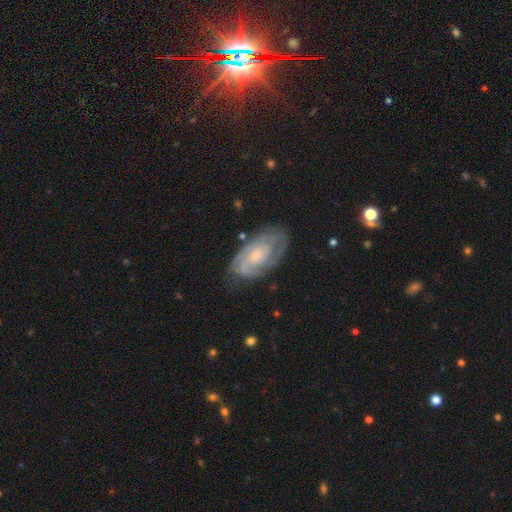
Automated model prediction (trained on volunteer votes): featured or disk 81%, smooth 13%, star or artifact 6%. Down the decision tree: edge-on disk — no (96%); bar — no (68%); spiral arms — yes (94%); spiral arm count — 2 (40%); spiral winding — tight (62%); bulge size — small (70%); merging — none (71%).